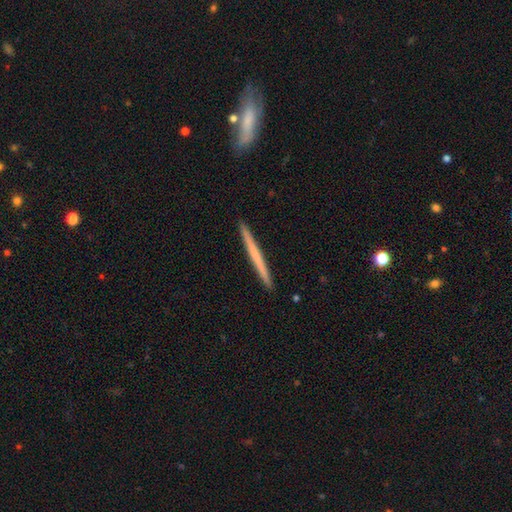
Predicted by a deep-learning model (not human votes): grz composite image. It shows a smooth galaxy with no disk features (50%). Merging: none (93%).